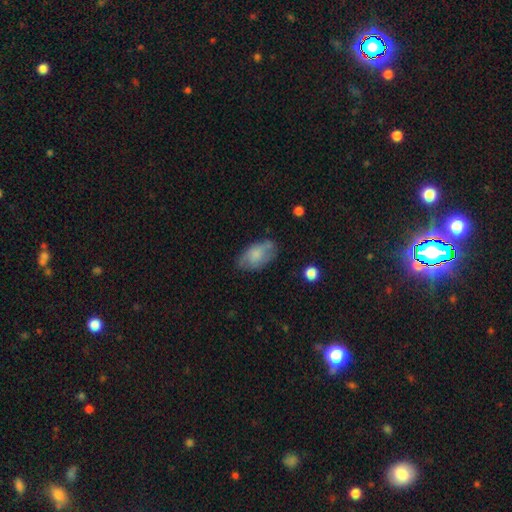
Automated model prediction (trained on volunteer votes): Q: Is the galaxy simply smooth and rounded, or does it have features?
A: smooth — 67%.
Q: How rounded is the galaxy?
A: in between — 93%.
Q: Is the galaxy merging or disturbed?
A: none — 62%.